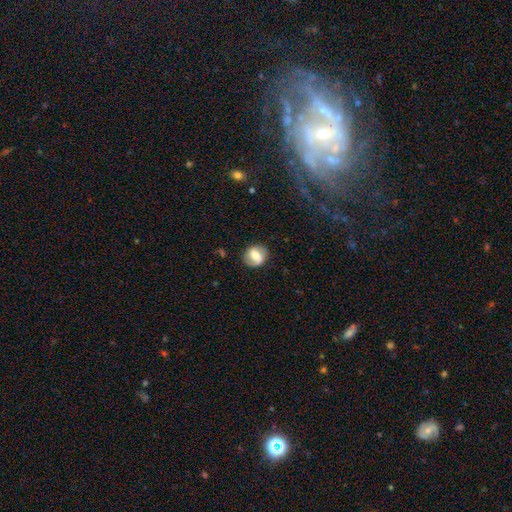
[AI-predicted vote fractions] This appears to be a smooth galaxy with no disk features (47%). Merging: none (83%).